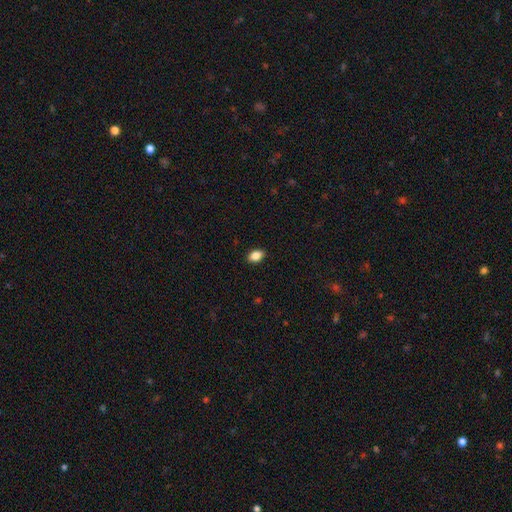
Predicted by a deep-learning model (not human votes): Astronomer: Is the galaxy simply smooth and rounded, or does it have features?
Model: smooth — 87%.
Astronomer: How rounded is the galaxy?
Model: in between — 82%.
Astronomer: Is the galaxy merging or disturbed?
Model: none — 90%.